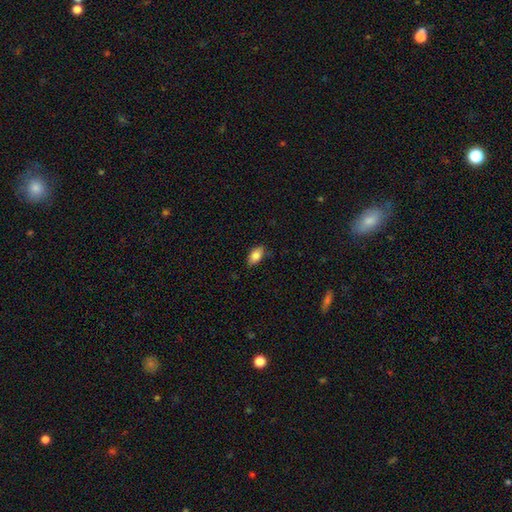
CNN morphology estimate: smooth-or-featured: smooth: 82% | featured or disk: 10% | star or artifact: 8%
  how-rounded: in between: 89% | round: 6% | cigar-shaped: 5%
  merging: none: 81% | minor disturbance: 15% | major disturbance: 3% | merger: 1%